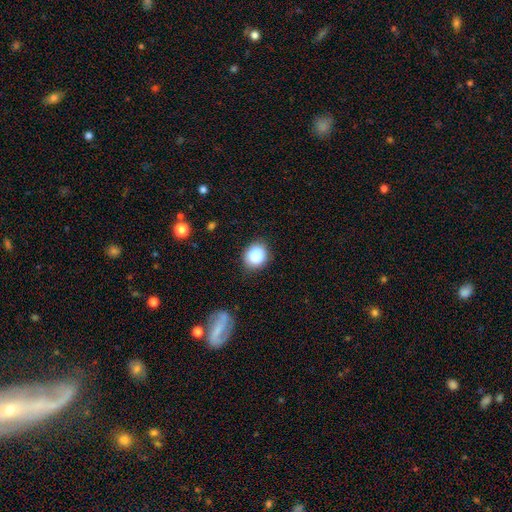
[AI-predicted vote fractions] This is clearly a smooth galaxy (87%). How rounded: likely round (72%). Merging: clearly none (84%).